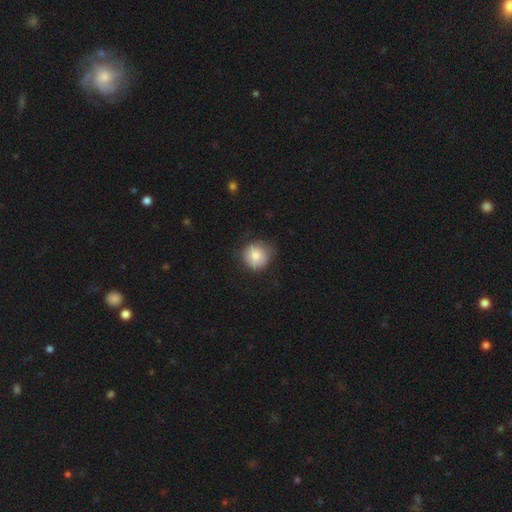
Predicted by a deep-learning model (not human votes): Smooth or featured? Predicted: smooth (p=0.79). How rounded? Predicted: round (p=0.91). Merging? Predicted: none (p=0.72).